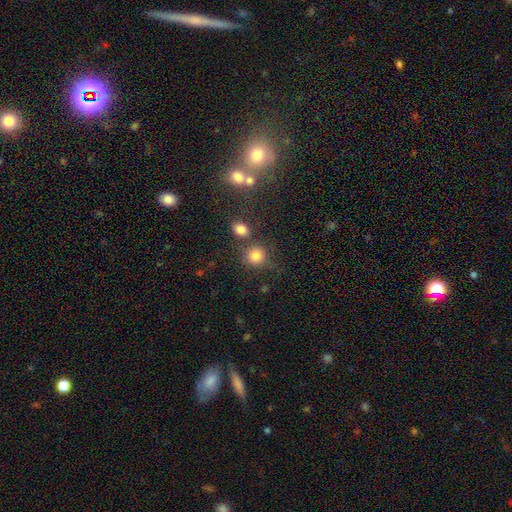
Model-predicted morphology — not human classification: Smooth or featured: smooth — 80% (star or artifact — 13%)
How rounded: round — 87% (in between — 12%)
Merging: none — 64% (merger — 19%)